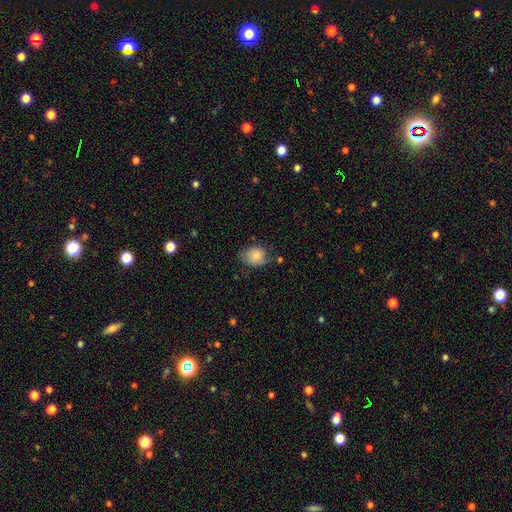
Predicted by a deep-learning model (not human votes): The model was most divided on "how rounded": in between: 61%, round: 38%, cigar-shaped: 1%. More confident: smooth or featured — smooth (79%); merging — none (56%).